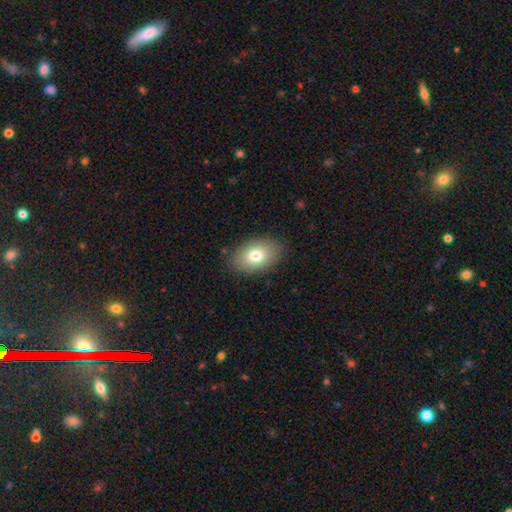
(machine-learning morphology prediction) A smooth galaxy with no disk features (77%) that is in between round and cigar-shaped (88%). Merging: none (85%).